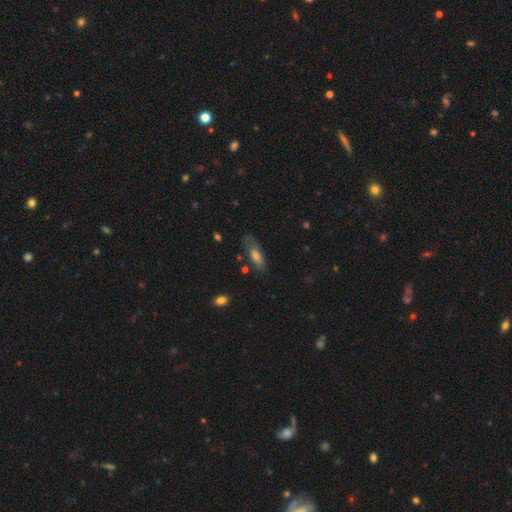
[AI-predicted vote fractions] Smooth or featured? Predicted: smooth (p=0.55). How rounded? Predicted: in between (p=0.62). Merging? Predicted: none (p=0.65).